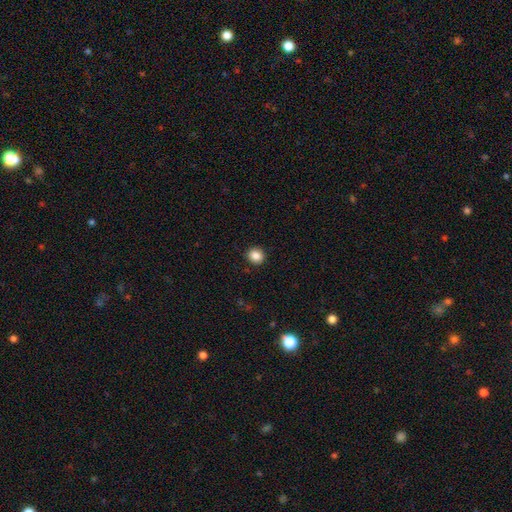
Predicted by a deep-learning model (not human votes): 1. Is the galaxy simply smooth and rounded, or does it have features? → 87% smooth, 10% star or artifact, 4% featured or disk.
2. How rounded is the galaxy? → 84% round, 15% in between, 1% cigar-shaped.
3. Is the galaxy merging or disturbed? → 91% none, 6% minor disturbance, 2% major disturbance, 1% merger.